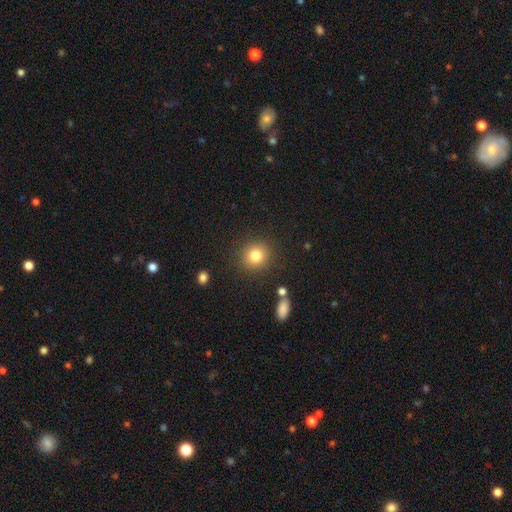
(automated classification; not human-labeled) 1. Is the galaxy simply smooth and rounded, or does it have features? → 81% smooth, 11% star or artifact, 7% featured or disk.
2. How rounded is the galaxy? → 86% round, 13% in between, 1% cigar-shaped.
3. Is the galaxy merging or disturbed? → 87% none, 8% minor disturbance, 3% major disturbance, 2% merger.